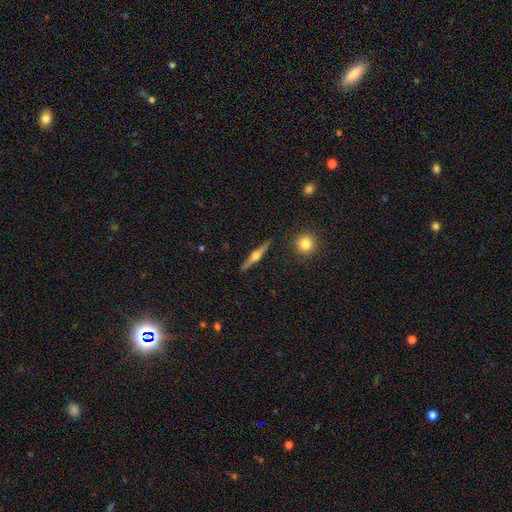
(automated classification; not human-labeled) smooth_or_featured: featured or disk (p=0.74) [alt: smooth p=0.20]
disk_edge_on: yes (p=0.98) [alt: no p=0.02]
edge_on_bulge: rounded (p=0.94) [alt: boxy p=0.04]
merging: none (p=0.90) [alt: minor disturbance p=0.06]